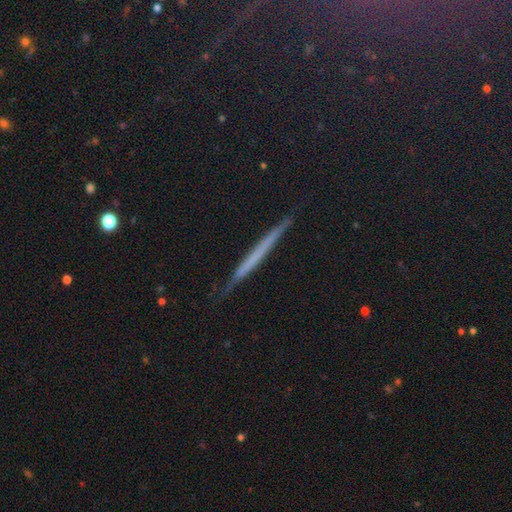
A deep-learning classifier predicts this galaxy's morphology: Overall: featured or disk (44%; smooth 39%). Merging: none (88%).